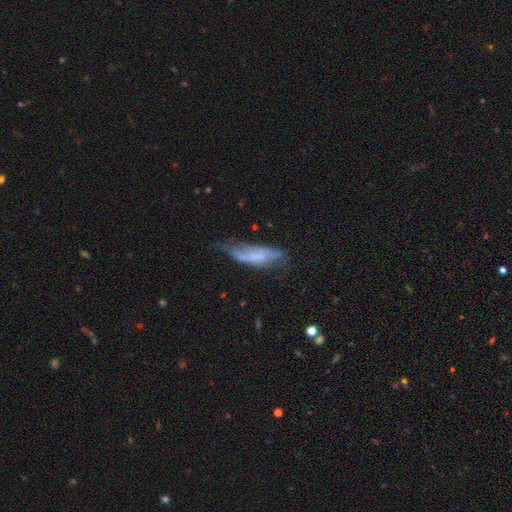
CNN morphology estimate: A featured or disk galaxy (48%). Merging: none (46%).